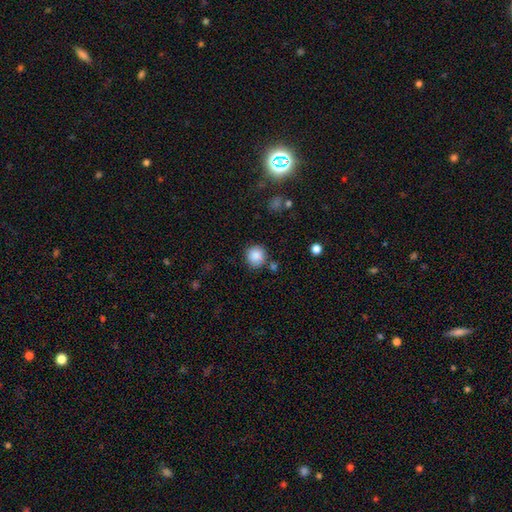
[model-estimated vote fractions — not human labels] The model was most divided on "merging": none: 78%, minor disturbance: 13%, merger: 6%, major disturbance: 3%. More confident: how rounded — round (91%); smooth or featured — smooth (87%).